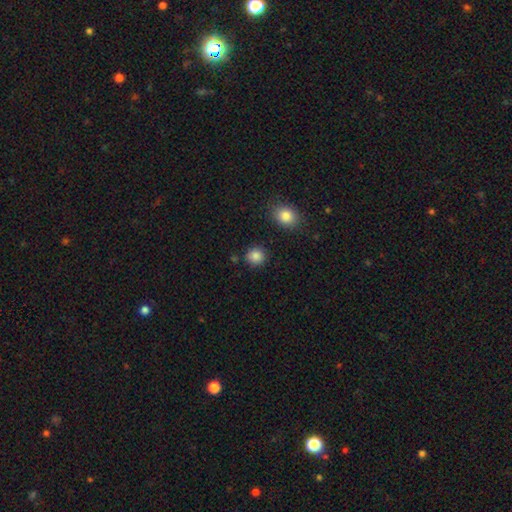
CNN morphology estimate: The model was most divided on "smooth or featured": smooth: 86%, star or artifact: 10%, featured or disk: 4%. More confident: how rounded — round (89%); merging — none (87%).